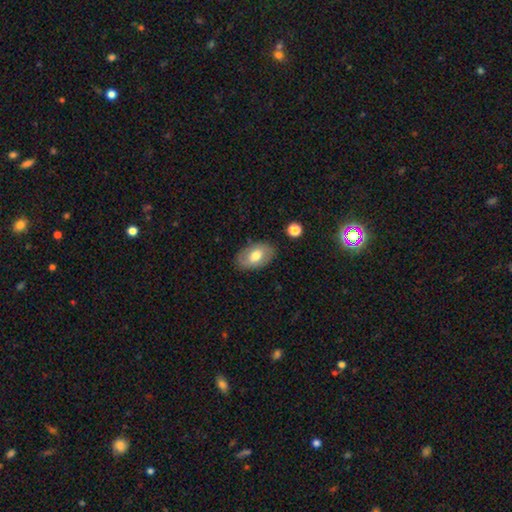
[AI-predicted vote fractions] Smooth or featured?
  - smooth: 62% *
  - featured or disk: 31%
  - star or artifact: 7%
How rounded?
  - in between: 91% *
  - round: 8%
  - cigar-shaped: 1%
Merging?
  - none: 84% *
  - minor disturbance: 12%
  - major disturbance: 3%
  - merger: 2%